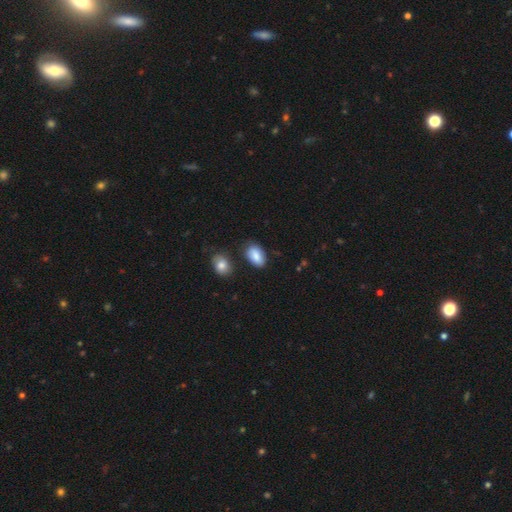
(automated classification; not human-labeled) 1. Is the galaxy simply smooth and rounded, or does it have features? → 86% smooth, 8% featured or disk, 7% star or artifact.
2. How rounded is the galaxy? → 93% in between, 5% round, 2% cigar-shaped.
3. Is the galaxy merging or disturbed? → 75% none, 17% minor disturbance, 5% merger, 4% major disturbance.